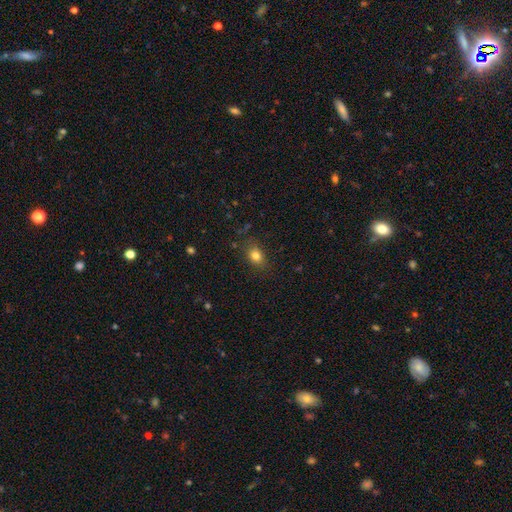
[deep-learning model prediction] smooth_or_featured: smooth (p=0.80) [alt: star or artifact p=0.12]
how_rounded: in between (p=0.61) [alt: round p=0.37]
merging: none (p=0.81) [alt: minor disturbance p=0.14]